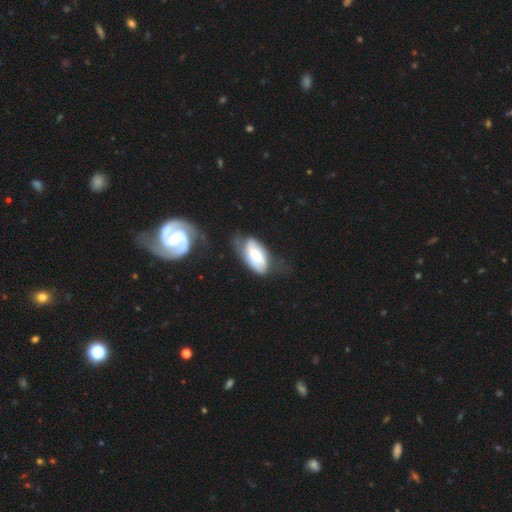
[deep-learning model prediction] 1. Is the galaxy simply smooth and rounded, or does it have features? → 48% featured or disk, 45% smooth, 7% star or artifact.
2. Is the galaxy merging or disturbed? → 38% none, 33% minor disturbance, 23% major disturbance, 6% merger.